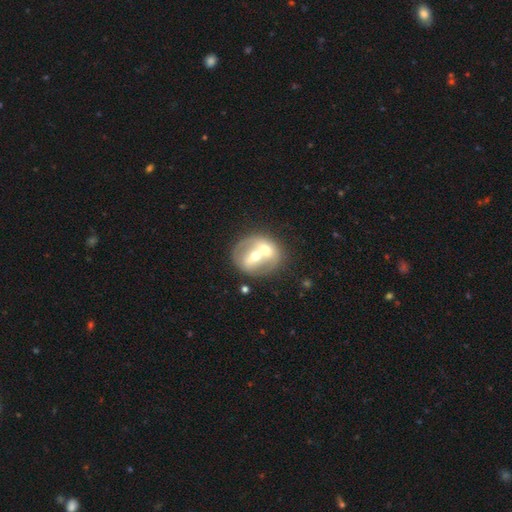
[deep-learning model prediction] Morphology: type=featured or disk (54%); edge-on=no (95%); bar=no (63%); spiral arms=no (80%); bulge=moderate (69%); merging=merger (66%).